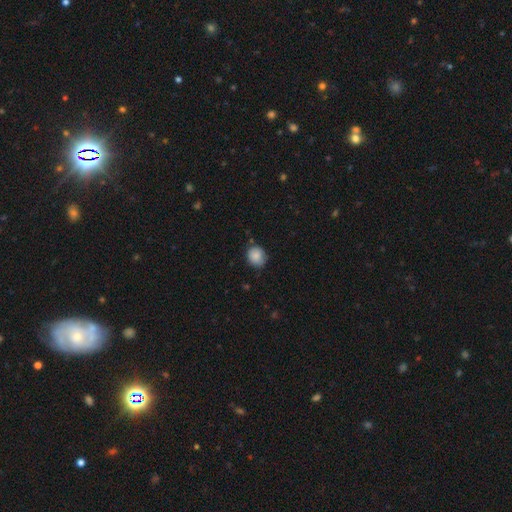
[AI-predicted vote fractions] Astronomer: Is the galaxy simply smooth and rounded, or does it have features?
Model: smooth — 85%.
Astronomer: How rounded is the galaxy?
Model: round — 75%.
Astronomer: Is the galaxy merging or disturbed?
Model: none — 72%.